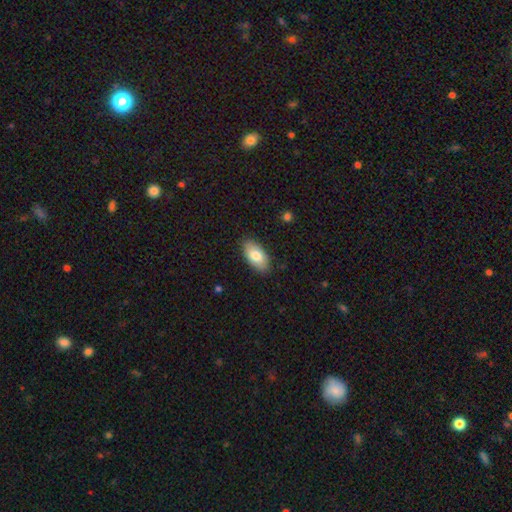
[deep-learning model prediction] smooth 79%, featured or disk 15%, star or artifact 6%. Down the decision tree: how rounded — in between (94%); merging — none (87%).